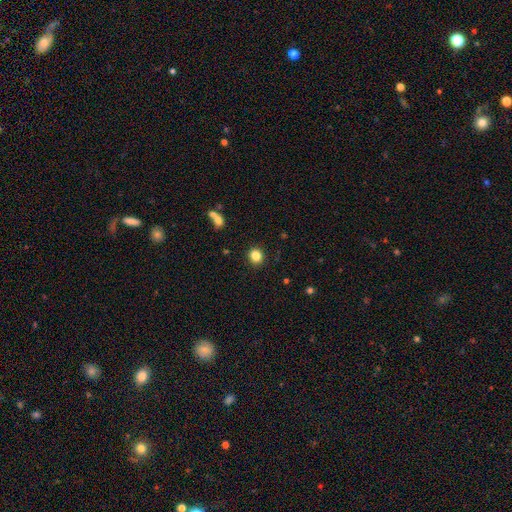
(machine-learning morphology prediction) type=smooth (84%); roundness=round (82%); merging=none (90%).